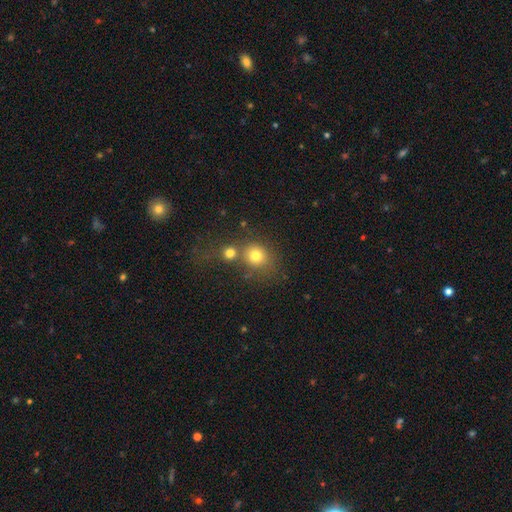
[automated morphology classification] This appears to be a smooth galaxy with no disk features (75%) that is round (80%). Merging: none (52%).